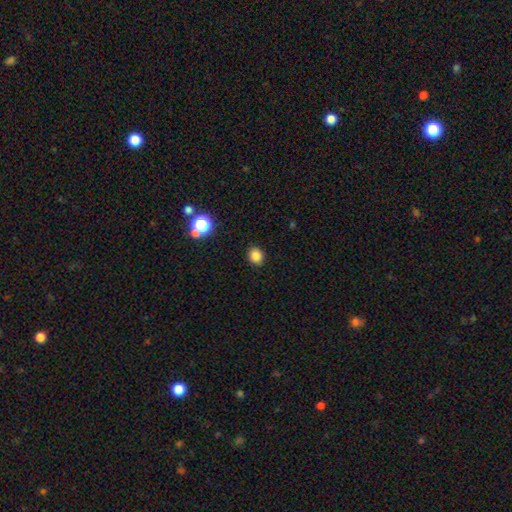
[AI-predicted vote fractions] Morphology: type=smooth (83%); roundness=round (72%); merging=none (90%).